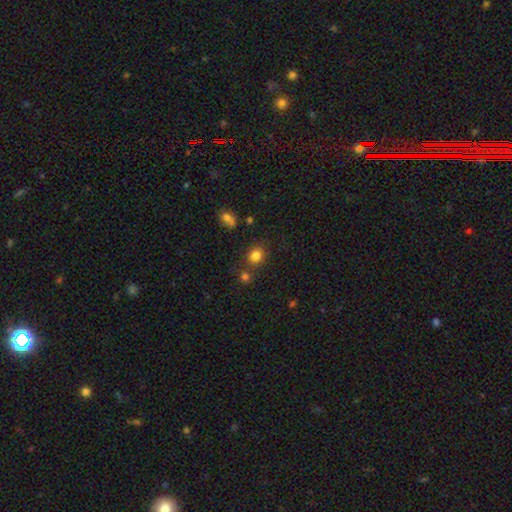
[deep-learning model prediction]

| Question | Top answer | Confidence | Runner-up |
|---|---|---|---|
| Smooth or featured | smooth | 80% | star or artifact (14%) |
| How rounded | round | 67% | in between (32%) |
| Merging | none | 73% | merger (12%) |